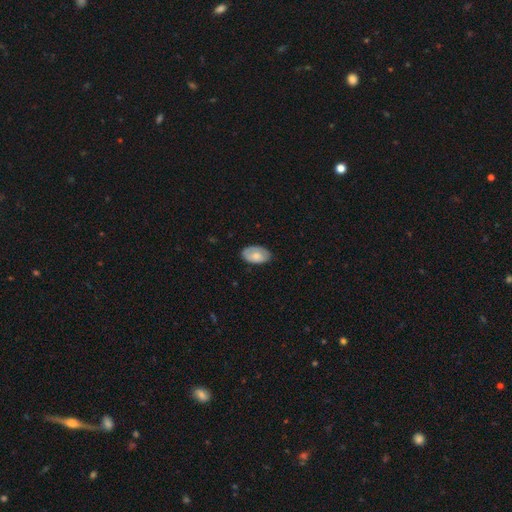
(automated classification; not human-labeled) A smooth galaxy with no disk features (70%) that is in between round and cigar-shaped (93%).

Vote fractions:
- Smooth or featured? smooth: 70% / featured or disk: 24% / star or artifact: 6%
- How rounded? in between: 93% / round: 5% / cigar-shaped: 1%
- Merging? none: 78% / minor disturbance: 18% / major disturbance: 4% / merger: 1%